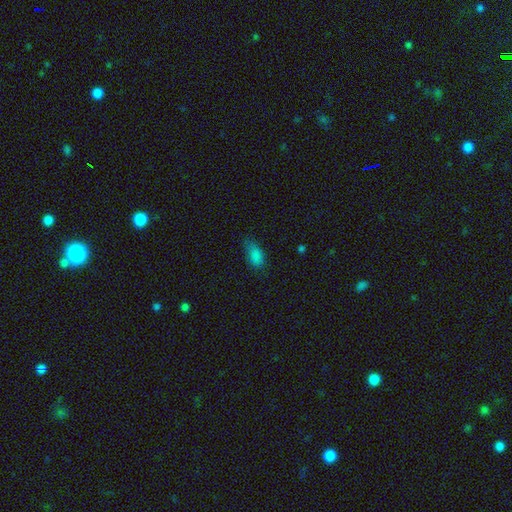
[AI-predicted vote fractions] A smooth galaxy with no disk features (82%) that is in between round and cigar-shaped (89%).

Vote fractions:
- Smooth or featured? smooth: 82% / star or artifact: 13% / featured or disk: 5%
- How rounded? in between: 89% / cigar-shaped: 6% / round: 5%
- Merging? none: 58% / minor disturbance: 31% / major disturbance: 9% / merger: 2%